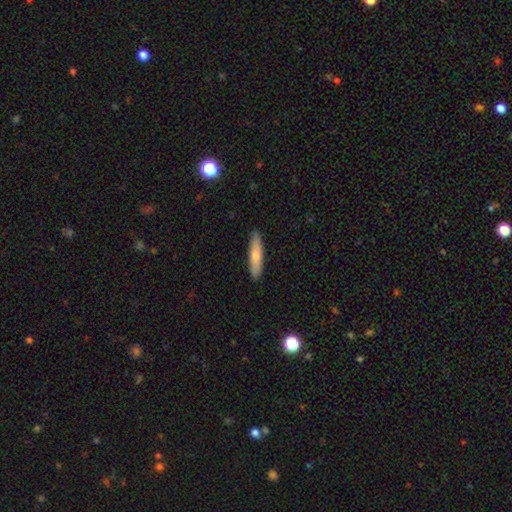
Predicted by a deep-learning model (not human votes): Smooth or featured?
  - smooth: 74% *
  - featured or disk: 21%
  - star or artifact: 5%
How rounded?
  - cigar-shaped: 83% *
  - in between: 15%
  - round: 1%
Merging?
  - none: 90% *
  - minor disturbance: 8%
  - major disturbance: 1%
  - merger: 1%